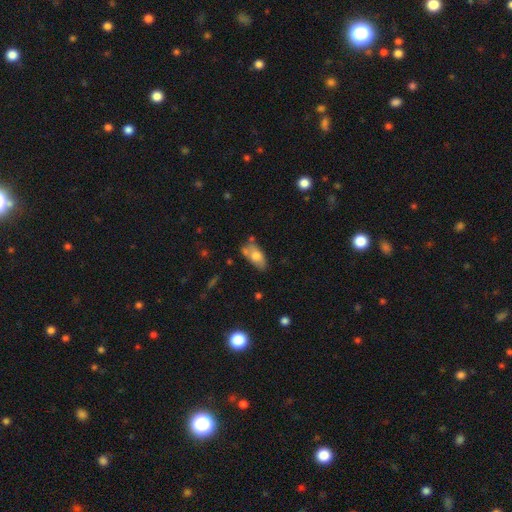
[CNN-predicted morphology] smooth-or-featured: smooth: 67% | featured or disk: 25% | star or artifact: 8%
  how-rounded: in between: 90% | cigar-shaped: 7% | round: 4%
  merging: none: 51% | minor disturbance: 26% | merger: 14% | major disturbance: 9%